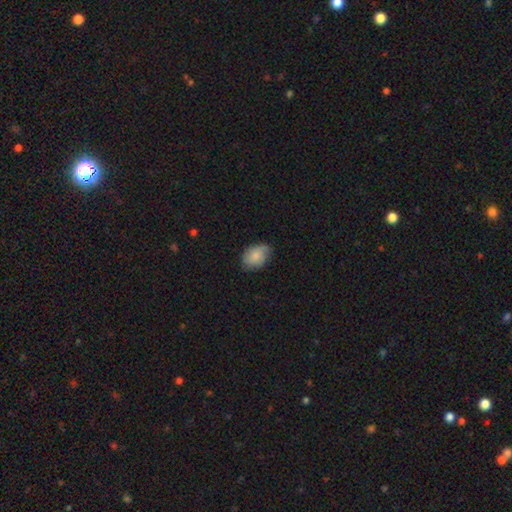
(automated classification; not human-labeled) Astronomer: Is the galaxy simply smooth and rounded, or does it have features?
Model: smooth — 80%.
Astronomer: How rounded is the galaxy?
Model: in between — 78%.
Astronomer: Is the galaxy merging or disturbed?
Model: none — 68%.